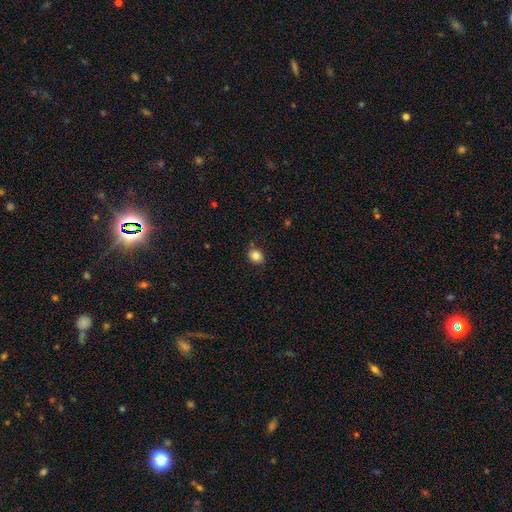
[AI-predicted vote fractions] This appears to be a smooth galaxy with no disk features (83%) that is round (51%). Merging: none (79%).